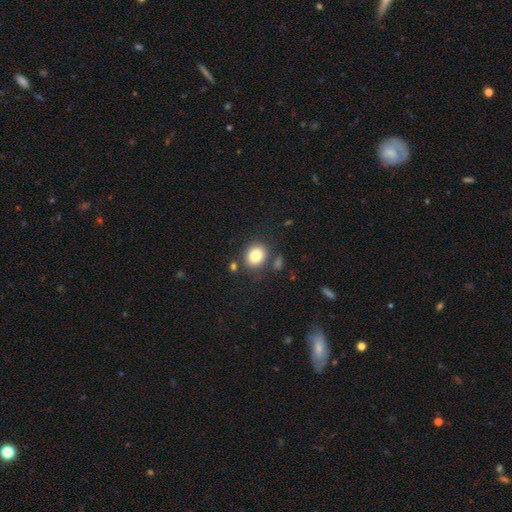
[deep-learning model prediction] This appears to be a smooth galaxy with no disk features (80%) that is round (64%). Merging: none (78%).